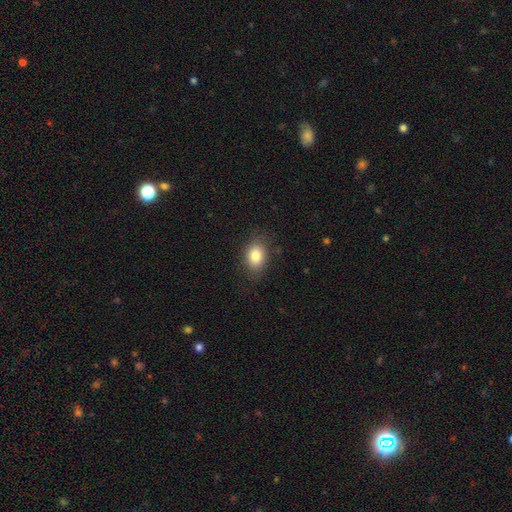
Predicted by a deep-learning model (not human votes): Smooth or featured? smooth (83%)
How rounded? in between (77%)
Merging? none (81%)